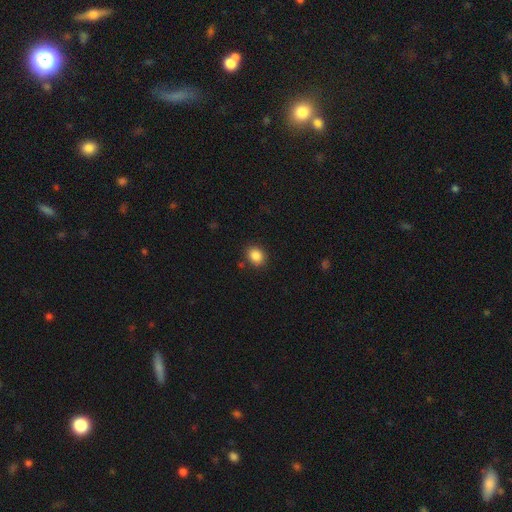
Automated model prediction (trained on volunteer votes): Smooth or featured?
  - smooth: 86% *
  - star or artifact: 9%
  - featured or disk: 4%
How rounded?
  - round: 54% *
  - in between: 45%
  - cigar-shaped: 1%
Merging?
  - none: 87% *
  - minor disturbance: 9%
  - major disturbance: 2%
  - merger: 2%